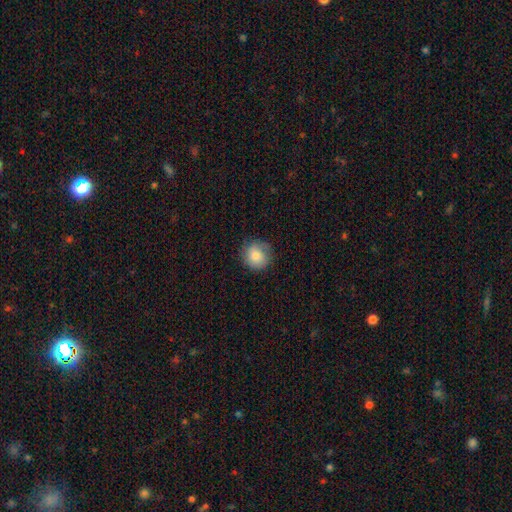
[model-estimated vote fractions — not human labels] The model was most divided on "merging": none: 73%, minor disturbance: 20%, major disturbance: 5%, merger: 1%. More confident: how rounded — round (85%); smooth or featured — smooth (79%).